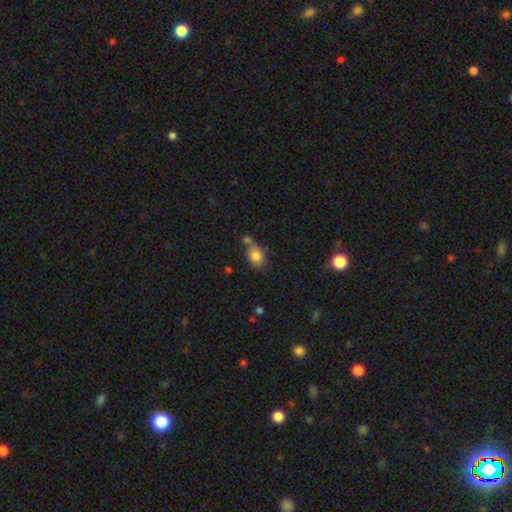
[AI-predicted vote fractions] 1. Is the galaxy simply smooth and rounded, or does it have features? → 82% smooth, 9% star or artifact, 9% featured or disk.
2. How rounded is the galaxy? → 76% in between, 22% round, 2% cigar-shaped.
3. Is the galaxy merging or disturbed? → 55% none, 22% merger, 17% minor disturbance, 5% major disturbance.